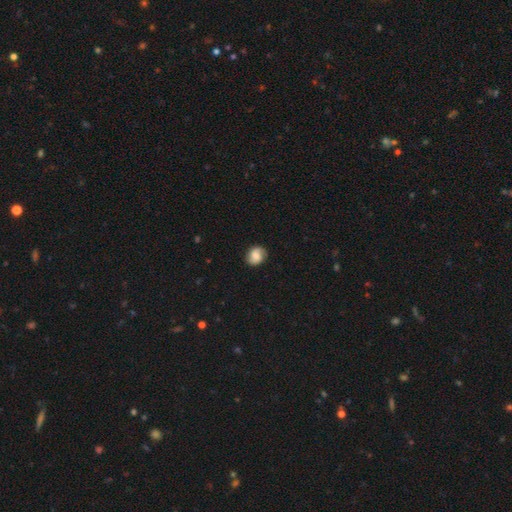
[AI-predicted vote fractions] The model was most divided on "smooth or featured": smooth: 56%, featured or disk: 35%, star or artifact: 9%. More confident: merging — none (82%); how rounded — round (63%).